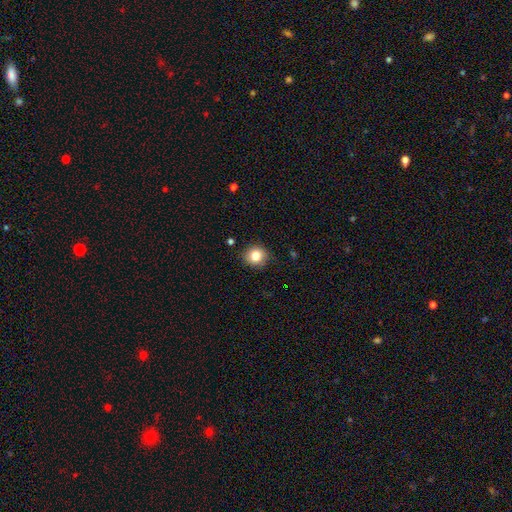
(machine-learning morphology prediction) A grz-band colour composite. It shows a smooth galaxy with no disk features (82%) that is round (85%). Merging: none (87%).